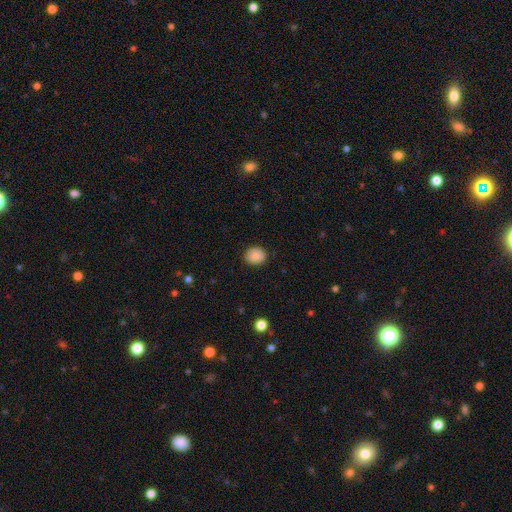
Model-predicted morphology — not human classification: The model was most divided on "how rounded": round: 65%, in between: 34%, cigar-shaped: 1%. More confident: smooth or featured — smooth (87%); merging — none (86%).